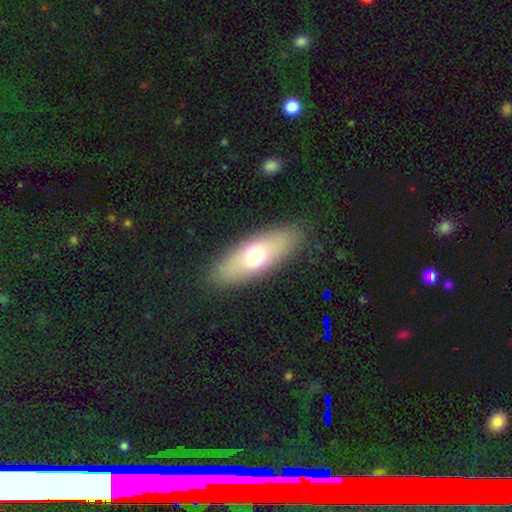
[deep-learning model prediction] A smooth galaxy with no disk features (63%) that is in between round and cigar-shaped (71%).

Vote fractions:
- Smooth or featured? smooth: 63% / featured or disk: 29% / star or artifact: 8%
- How rounded? in between: 71% / cigar-shaped: 26% / round: 4%
- Merging? none: 87% / minor disturbance: 9% / major disturbance: 3% / merger: 1%